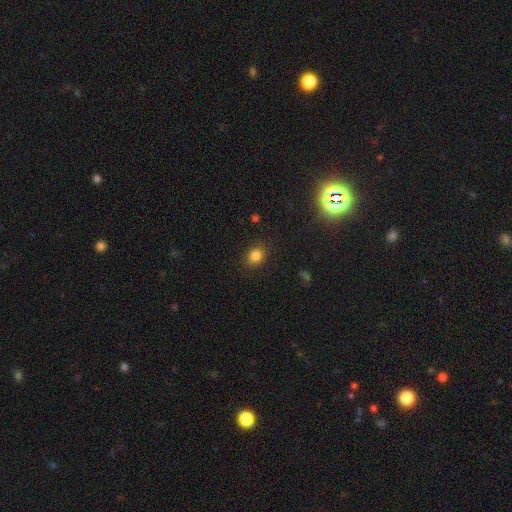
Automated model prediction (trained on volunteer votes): Smooth or featured? Predicted: smooth (p=0.82). How rounded? Predicted: round (p=0.53). Merging? Predicted: none (p=0.85).